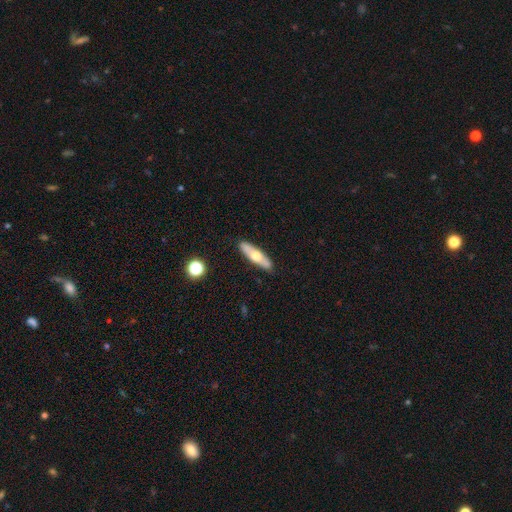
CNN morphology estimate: Smooth or featured? Predicted: smooth (p=0.52). How rounded? Predicted: cigar-shaped (p=0.63). Merging? Predicted: none (p=0.89).